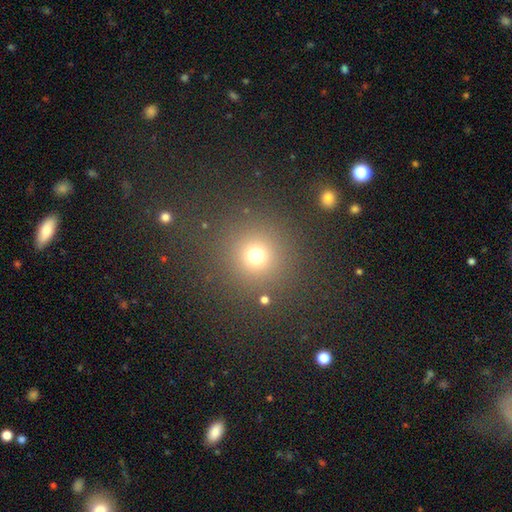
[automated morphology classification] smooth 71%, star or artifact 22%, featured or disk 7%. Down the decision tree: how rounded — round (93%); merging — none (84%).